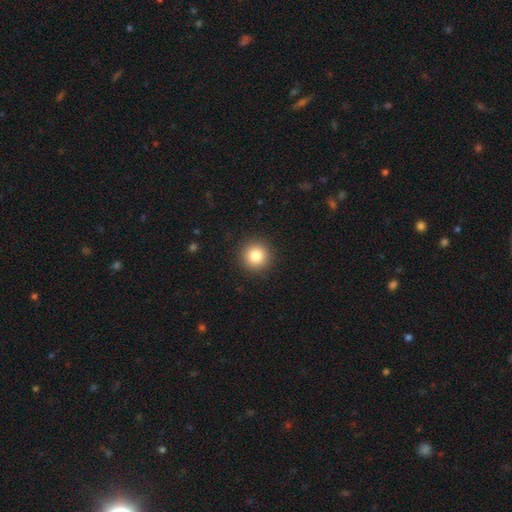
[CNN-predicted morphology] Smooth or featured?
  - smooth: 84% *
  - star or artifact: 10%
  - featured or disk: 6%
How rounded?
  - round: 95% *
  - in between: 4%
  - cigar-shaped: 1%
Merging?
  - none: 92% *
  - minor disturbance: 5%
  - major disturbance: 2%
  - merger: 1%